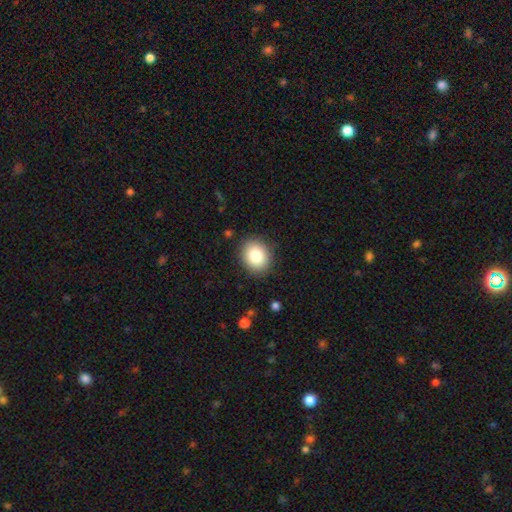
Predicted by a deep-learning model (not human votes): A smooth galaxy with no disk features (84%) that is round (62%). Merging: none (88%).